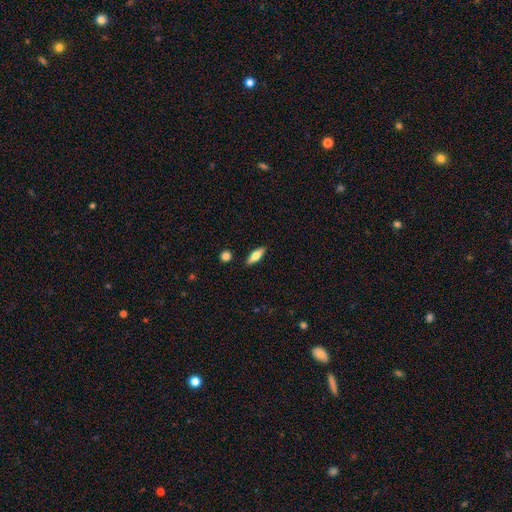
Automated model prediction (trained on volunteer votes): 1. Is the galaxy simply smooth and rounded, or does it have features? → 64% smooth, 29% featured or disk, 7% star or artifact.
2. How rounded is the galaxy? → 60% in between, 38% cigar-shaped, 3% round.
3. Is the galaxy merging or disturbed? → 88% none, 8% minor disturbance, 2% merger, 2% major disturbance.